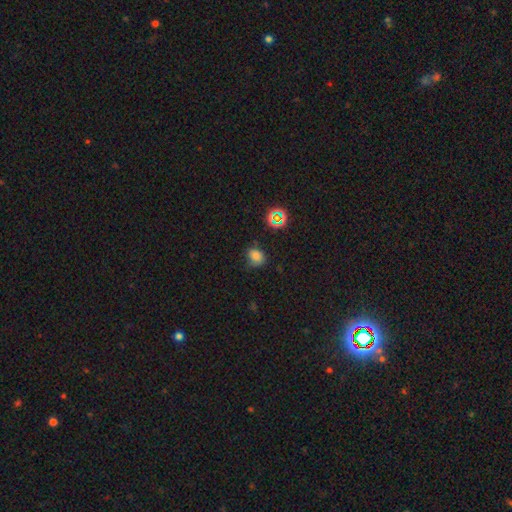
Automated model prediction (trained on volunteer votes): Smooth or featured: smooth — 73% (star or artifact — 20%)
How rounded: round — 51% (in between — 48%)
Merging: none — 62% (minor disturbance — 27%)